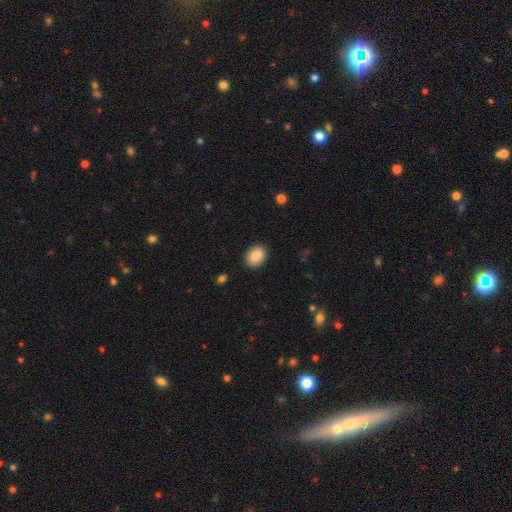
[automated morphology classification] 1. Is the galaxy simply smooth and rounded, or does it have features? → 84% smooth, 8% featured or disk, 7% star or artifact.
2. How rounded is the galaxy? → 56% in between, 43% round, 1% cigar-shaped.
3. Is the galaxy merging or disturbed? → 89% none, 8% minor disturbance, 2% major disturbance, 1% merger.